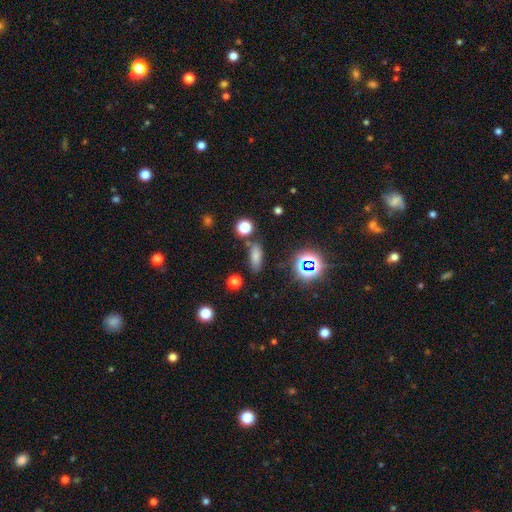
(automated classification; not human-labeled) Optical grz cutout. It shows a smooth galaxy with no disk features (71%) that is in between round and cigar-shaped (65%). Merging: none (75%).